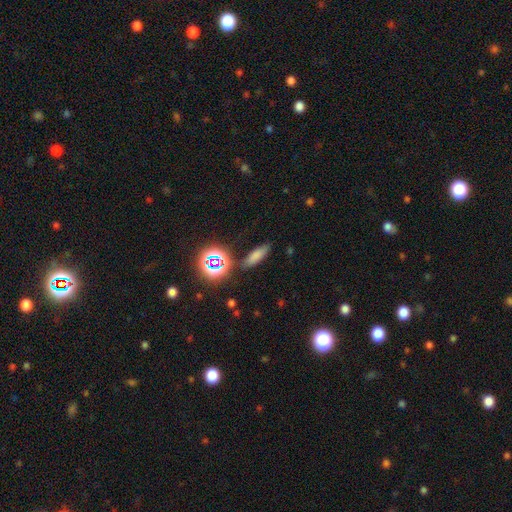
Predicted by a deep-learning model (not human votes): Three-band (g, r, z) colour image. It shows a smooth galaxy with no disk features (68%) that is in between round and cigar-shaped (53%). Merging: none (80%).